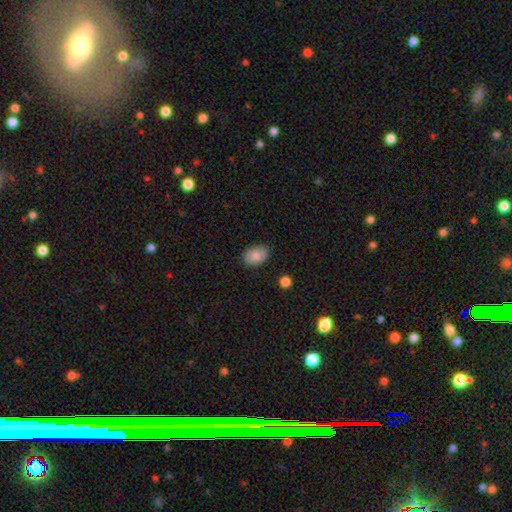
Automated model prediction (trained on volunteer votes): Smooth or featured: smooth — 83% (featured or disk — 9%)
How rounded: in between — 79% (round — 20%)
Merging: none — 85% (minor disturbance — 12%)